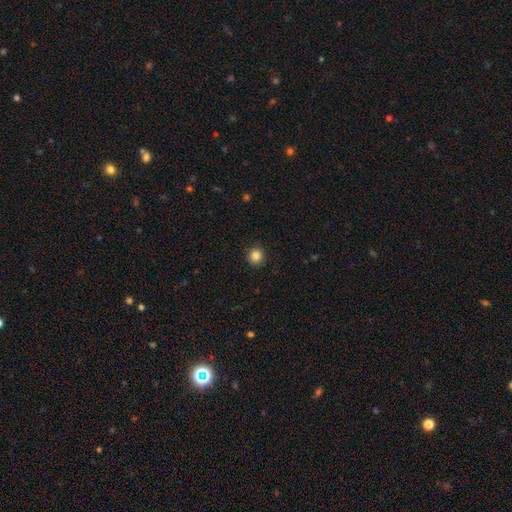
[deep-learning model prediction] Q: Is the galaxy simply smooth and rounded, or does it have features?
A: smooth — 85%.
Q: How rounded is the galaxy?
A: round — 93%.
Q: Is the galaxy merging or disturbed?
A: none — 92%.